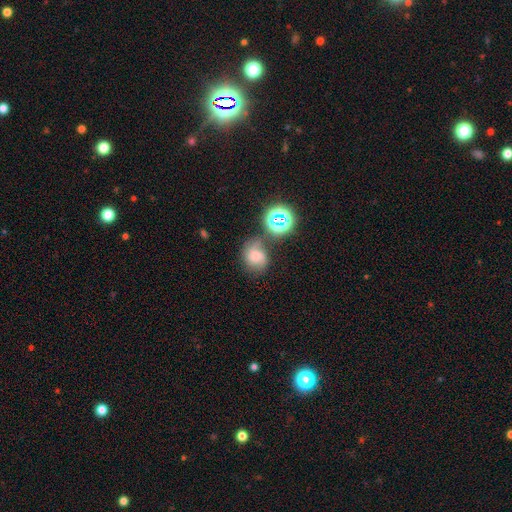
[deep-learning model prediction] Smooth or featured? Predicted: smooth (p=0.41). Merging? Predicted: none (p=0.48).